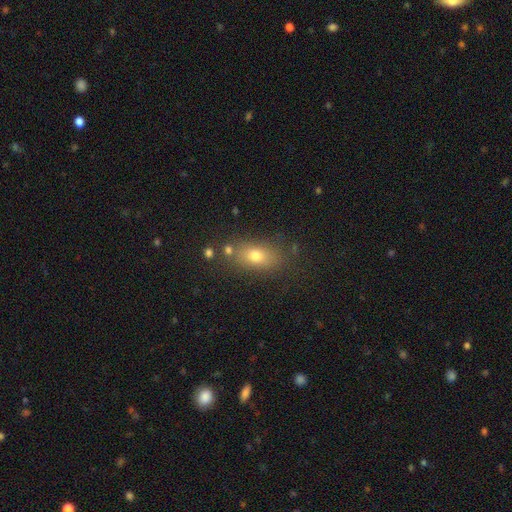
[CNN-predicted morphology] type=smooth (72%); roundness=in between (77%); merging=none (74%).